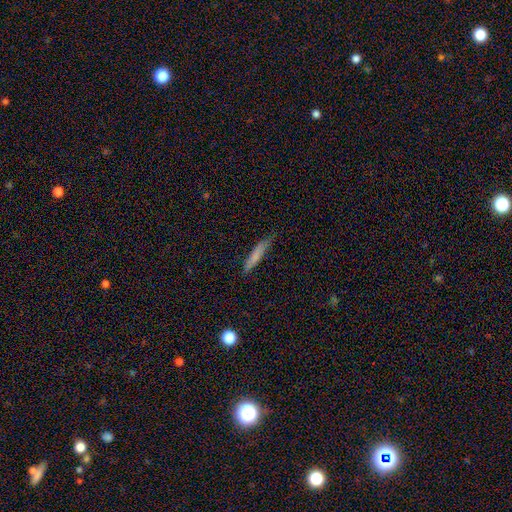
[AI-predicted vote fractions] Smooth or featured? Predicted: smooth (p=0.72). How rounded? Predicted: cigar-shaped (p=0.92). Merging? Predicted: none (p=0.77).